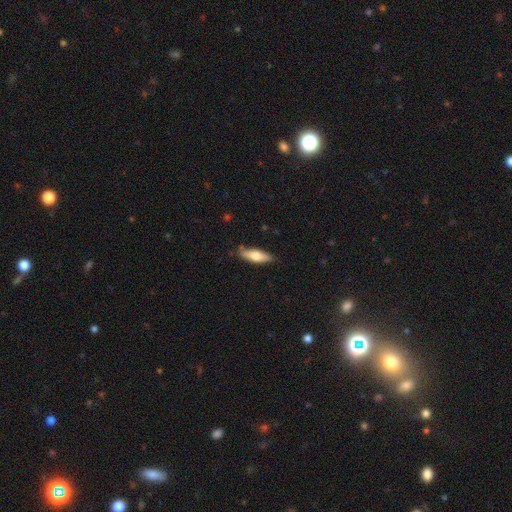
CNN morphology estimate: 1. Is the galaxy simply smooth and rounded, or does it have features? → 68% smooth, 26% featured or disk, 6% star or artifact.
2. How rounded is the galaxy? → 49% cigar-shaped (tied), 49% in between (tied), 2% round.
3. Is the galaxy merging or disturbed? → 79% none, 16% minor disturbance, 3% major disturbance, 2% merger.